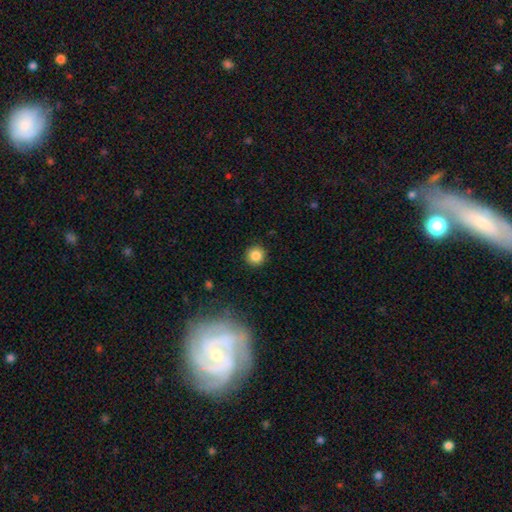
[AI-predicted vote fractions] Smooth or featured? smooth (85%)
How rounded? round (94%)
Merging? none (91%)